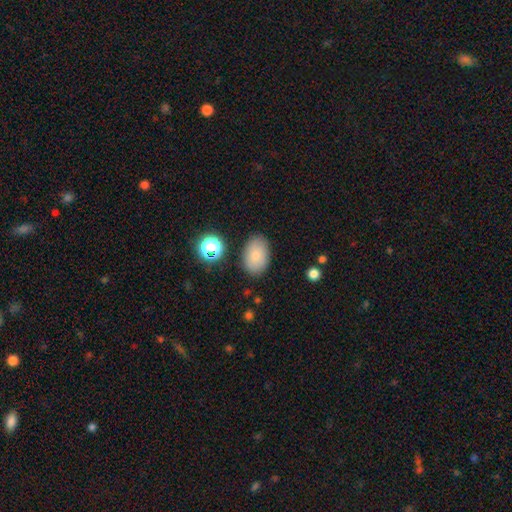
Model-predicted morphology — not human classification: Smooth or featured: smooth — 82% (featured or disk — 9%)
How rounded: in between — 86% (round — 13%)
Merging: none — 83% (minor disturbance — 12%)